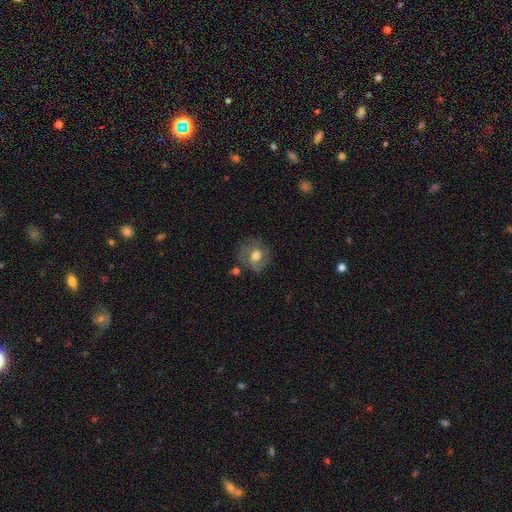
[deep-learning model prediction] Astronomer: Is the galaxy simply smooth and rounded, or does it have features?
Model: smooth — 53% (runner-up: featured or disk, 38%).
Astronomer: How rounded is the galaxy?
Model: round — 73%.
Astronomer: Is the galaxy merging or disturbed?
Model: none — 63%.